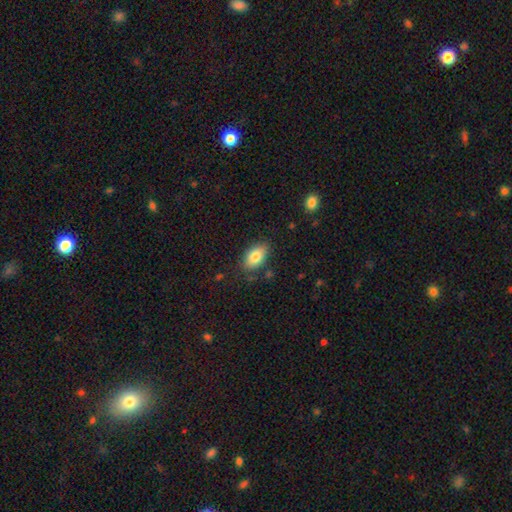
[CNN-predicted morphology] The model was most divided on "merging": none: 81%, minor disturbance: 14%, major disturbance: 3%, merger: 2%. More confident: how rounded — in between (91%); smooth or featured — smooth (82%).